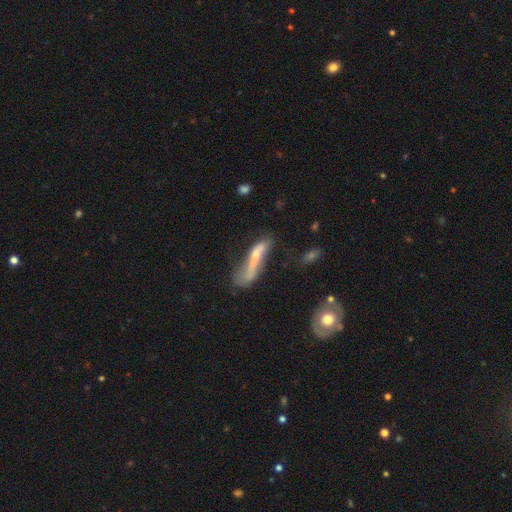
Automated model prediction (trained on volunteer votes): Smooth or featured?
  - featured or disk: 46% * (tied)
  - smooth: 46% * (tied)
  - star or artifact: 9%
Merging?
  - none: 37% *
  - minor disturbance: 27%
  - major disturbance: 26%
  - merger: 10%